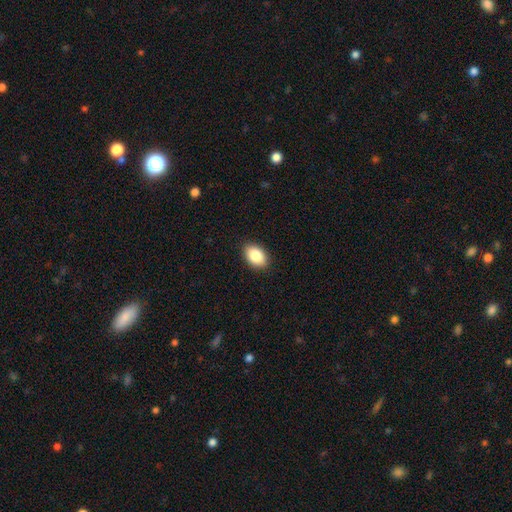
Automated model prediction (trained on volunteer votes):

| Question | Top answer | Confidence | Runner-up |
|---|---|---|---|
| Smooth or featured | smooth | 88% | star or artifact (7%) |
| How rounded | in between | 88% | round (11%) |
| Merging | none | 89% | minor disturbance (8%) |